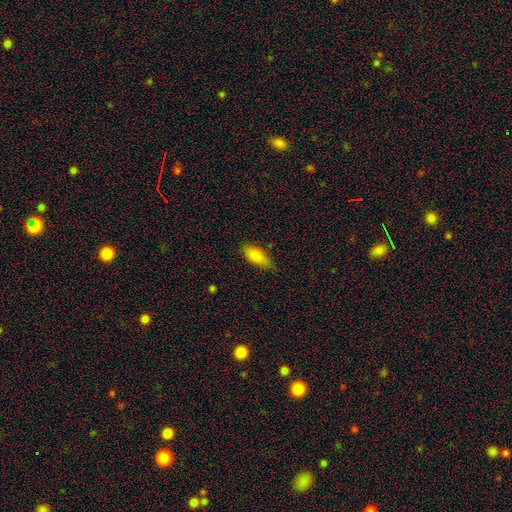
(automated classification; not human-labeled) A smooth galaxy with no disk features (86%) that is in between round and cigar-shaped (88%). Merging: none (74%).